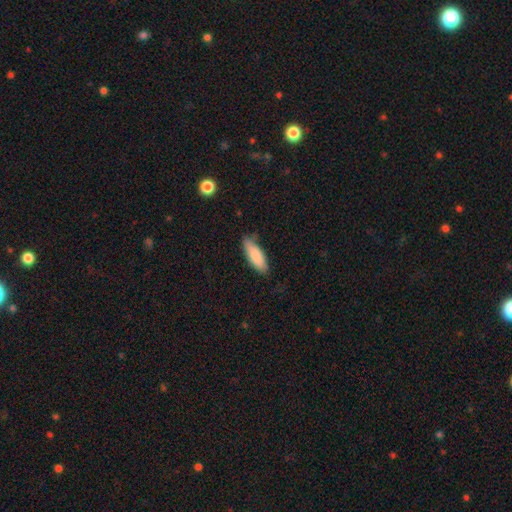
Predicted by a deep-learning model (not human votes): Smooth or featured? smooth (85%)
How rounded? in between (60%)
Merging? none (74%)